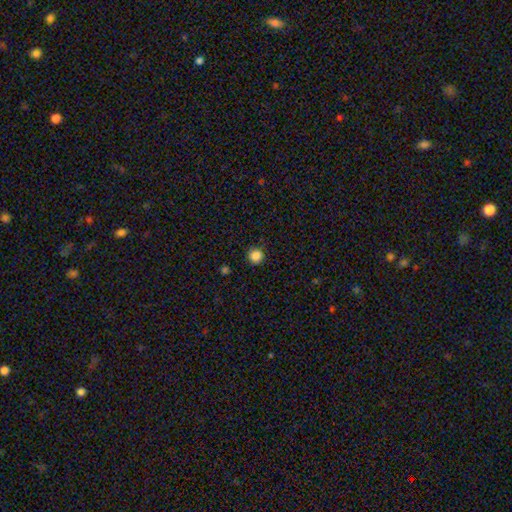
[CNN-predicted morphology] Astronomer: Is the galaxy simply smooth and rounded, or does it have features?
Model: smooth — 86%.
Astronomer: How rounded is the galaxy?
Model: round — 95%.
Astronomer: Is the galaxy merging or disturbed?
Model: none — 90%.